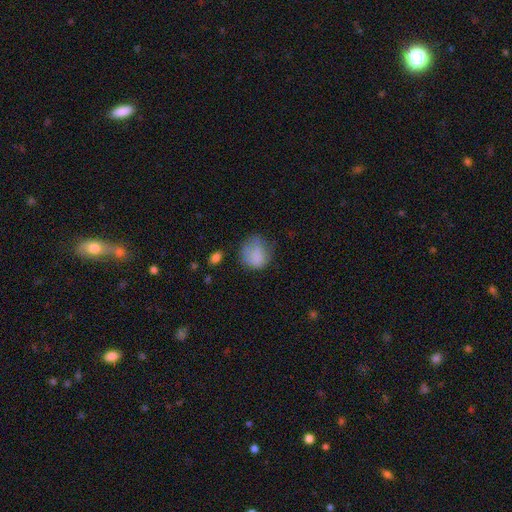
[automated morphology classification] type=smooth (79%); roundness=round (72%); merging=none (49%).